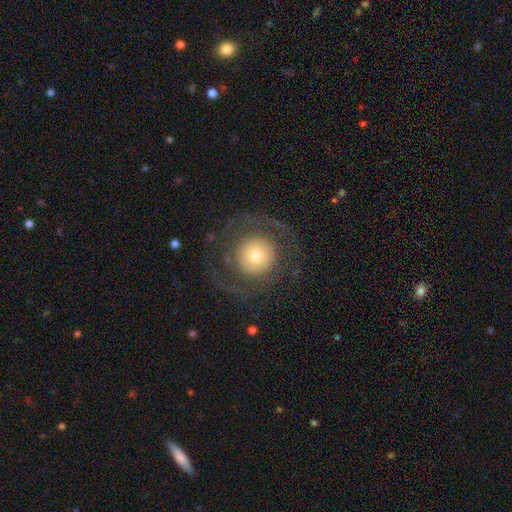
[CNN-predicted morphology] Q: Smooth or featured?
A: featured or disk (48%); runner-up: smooth (43%)
Q: Merging?
A: none (73%); runner-up: major disturbance (15%)